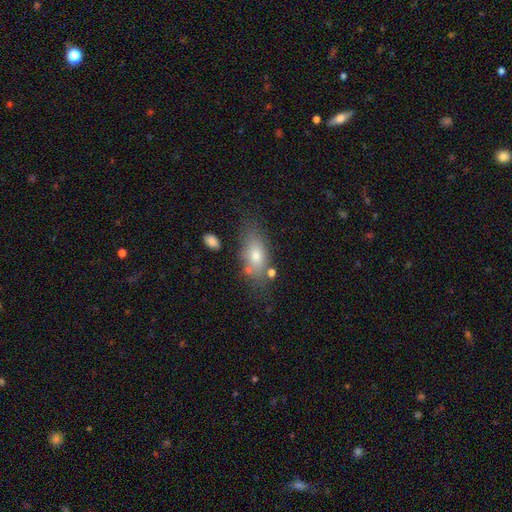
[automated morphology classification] This appears to be a smooth galaxy with no disk features (71%) that is in between round and cigar-shaped (81%). Merging: none (66%).